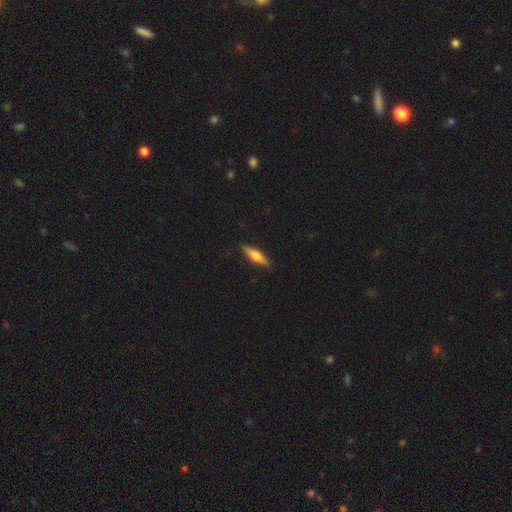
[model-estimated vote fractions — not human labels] The model was most divided on "smooth or featured": smooth: 49%, featured or disk: 45%, star or artifact: 6%. More confident: merging — none (89%).